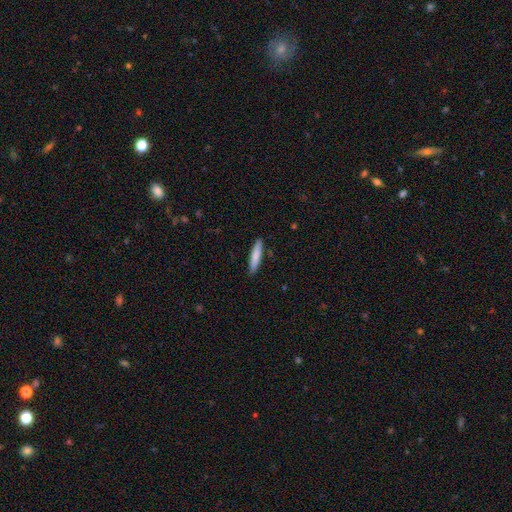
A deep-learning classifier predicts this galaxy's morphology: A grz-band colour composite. It shows a smooth galaxy with no disk features (81%) that is cigar-shaped (88%). Merging: none (88%).